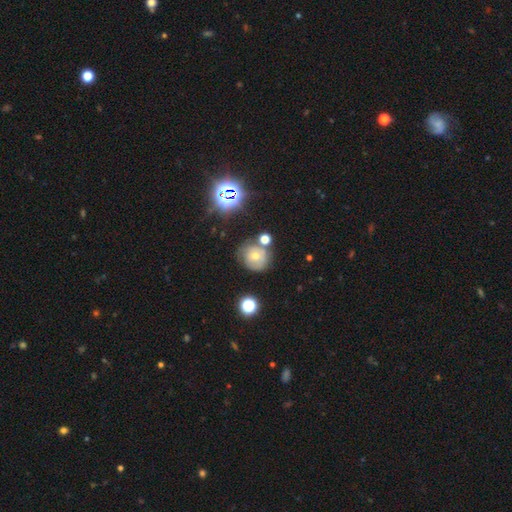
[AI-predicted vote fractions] smooth_or_featured: smooth (p=0.43) [alt: featured or disk p=0.39]
merging: none (p=0.59) [alt: minor disturbance p=0.20]